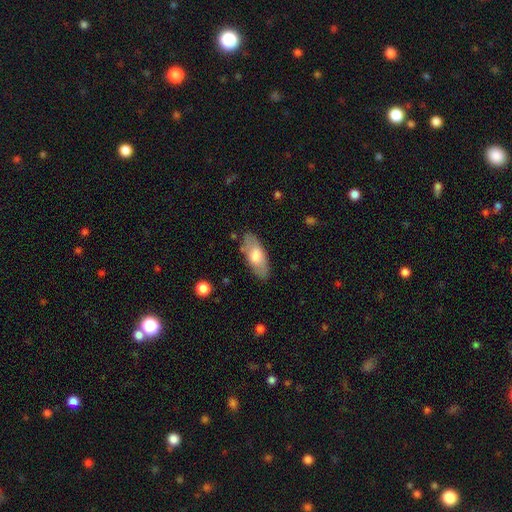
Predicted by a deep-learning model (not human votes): Q: Smooth or featured?
A: smooth (66%); runner-up: featured or disk (28%)
Q: How rounded?
A: in between (83%); runner-up: cigar-shaped (14%)
Q: Merging?
A: none (79%); runner-up: minor disturbance (15%)